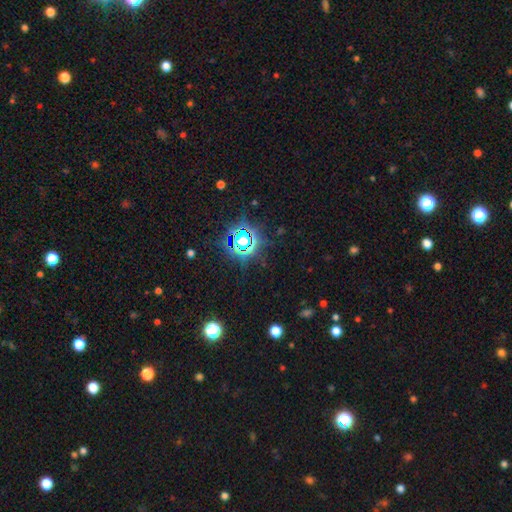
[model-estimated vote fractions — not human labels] The model was most divided on "smooth or featured": star or artifact: 77%, smooth: 16%, featured or disk: 7%.